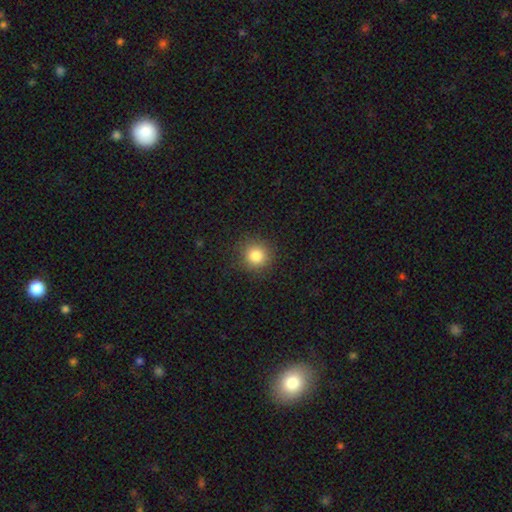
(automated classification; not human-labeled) Smooth or featured? smooth (82%)
How rounded? round (93%)
Merging? none (89%)